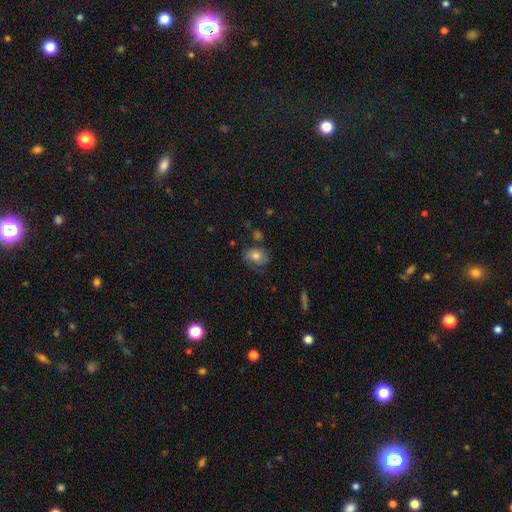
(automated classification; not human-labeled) Q: Smooth or featured?
A: smooth (73%); runner-up: featured or disk (17%)
Q: How rounded?
A: in between (60%); runner-up: round (39%)
Q: Merging?
A: none (66%); runner-up: minor disturbance (23%)